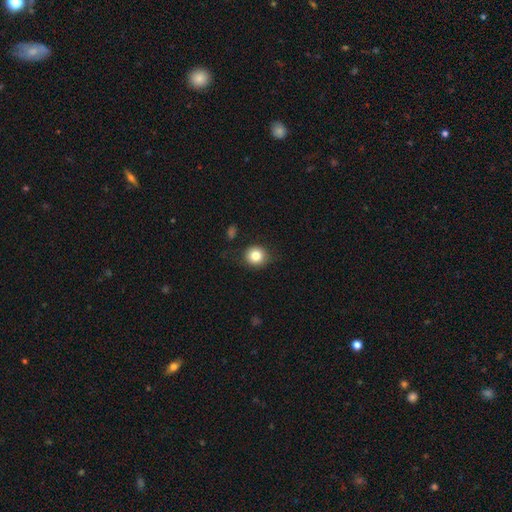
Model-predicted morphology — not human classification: A smooth galaxy with no disk features (83%) that is round (87%). Merging: none (83%).